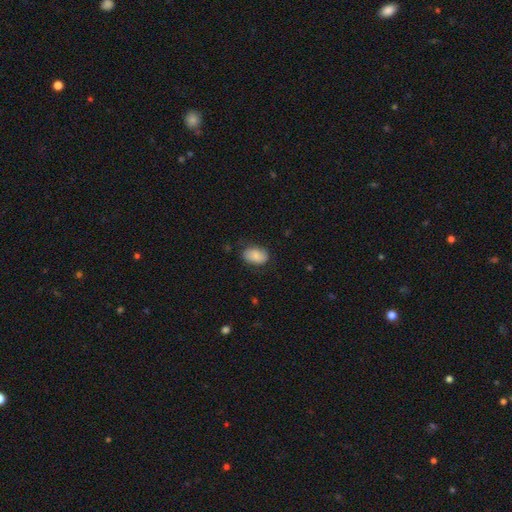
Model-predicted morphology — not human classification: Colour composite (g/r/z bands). It shows a smooth galaxy with no disk features (81%) that is in between round and cigar-shaped (87%). Merging: none (74%).